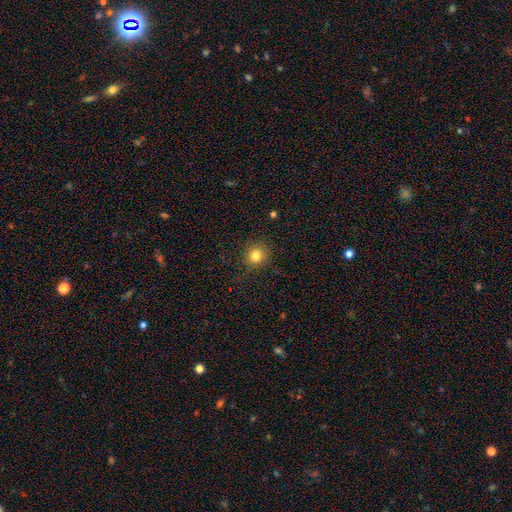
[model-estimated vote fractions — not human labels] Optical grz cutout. It shows a smooth galaxy with no disk features (81%) that is round (91%). Merging: none (87%).